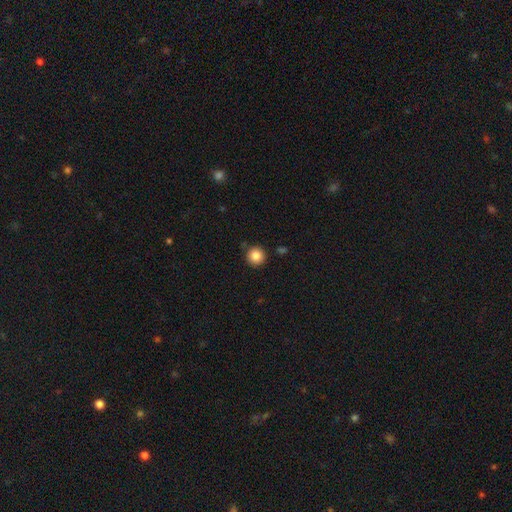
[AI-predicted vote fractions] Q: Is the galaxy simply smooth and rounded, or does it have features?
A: smooth — 85%.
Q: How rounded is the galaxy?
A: round — 95%.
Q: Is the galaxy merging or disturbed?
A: none — 89%.